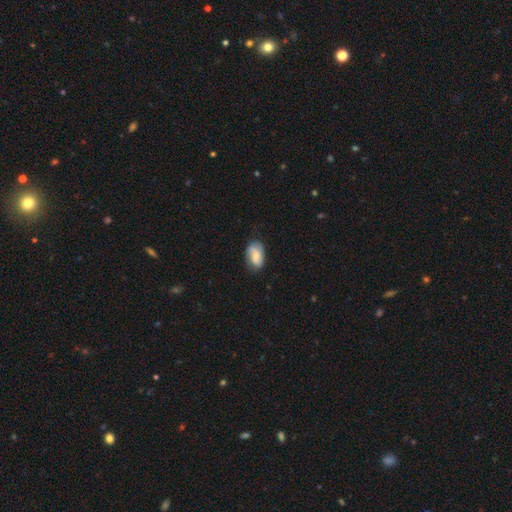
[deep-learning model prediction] Smooth or featured: smooth — 66% (featured or disk — 27%)
How rounded: in between — 90% (round — 8%)
Merging: none — 67% (minor disturbance — 26%)